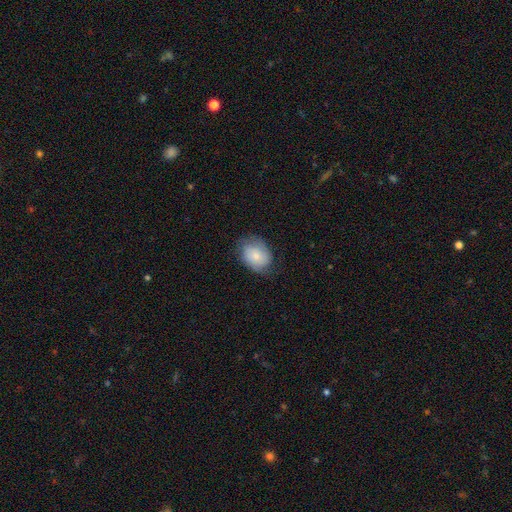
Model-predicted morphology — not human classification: Smooth or featured?
  - smooth: 69% *
  - featured or disk: 24%
  - star or artifact: 7%
How rounded?
  - in between: 63% *
  - round: 36%
  - cigar-shaped: 1%
Merging?
  - none: 67% *
  - minor disturbance: 24%
  - major disturbance: 8%
  - merger: 1%